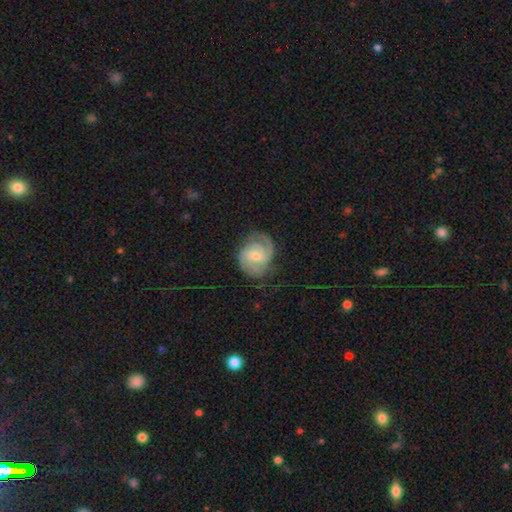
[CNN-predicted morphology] This is clearly a featured or disk galaxy (86%). It is clearly not viewed edge-on (98%). Bar: possibly weak (51%). Spiral arm pattern: clearly yes (97%). Spiral arm count: possibly 2 (57%). Spiral winding: possibly tight (50%). Central bulge: possibly small (54%). Merging: likely none (72%).